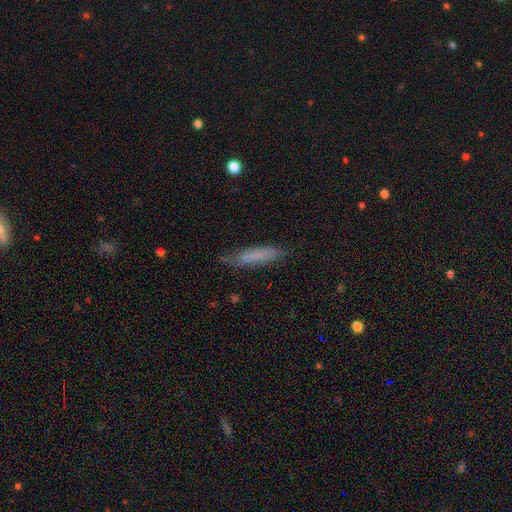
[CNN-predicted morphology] smooth_or_featured: smooth (p=0.71) [alt: featured or disk p=0.22]
how_rounded: cigar-shaped (p=0.87) [alt: in between p=0.12]
merging: none (p=0.74) [alt: minor disturbance p=0.20]